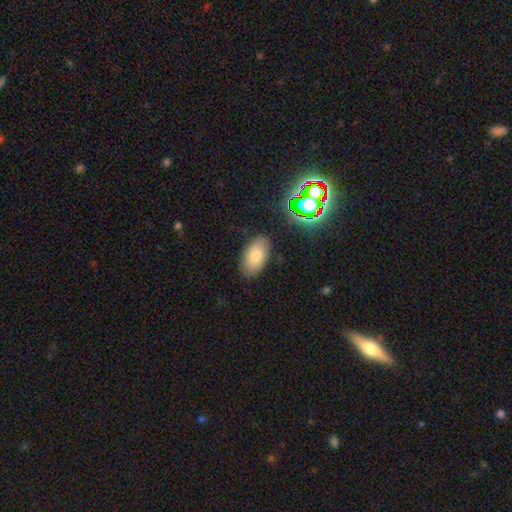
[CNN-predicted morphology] smooth 77%, featured or disk 12%, star or artifact 10%. Down the decision tree: how rounded — in between (94%); merging — none (83%).